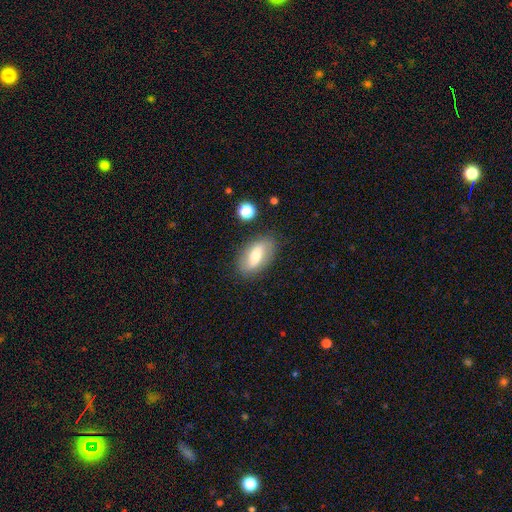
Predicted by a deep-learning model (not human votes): Smooth or featured: smooth — 55% (featured or disk — 37%)
How rounded: in between — 89% (cigar-shaped — 6%)
Merging: none — 81% (minor disturbance — 13%)